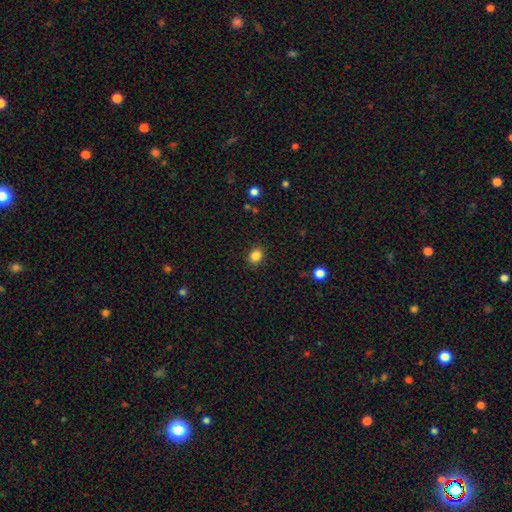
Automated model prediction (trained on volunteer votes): The model was most divided on "how rounded": round: 63%, in between: 36%, cigar-shaped: 1%. More confident: merging — none (89%); smooth or featured — smooth (85%).